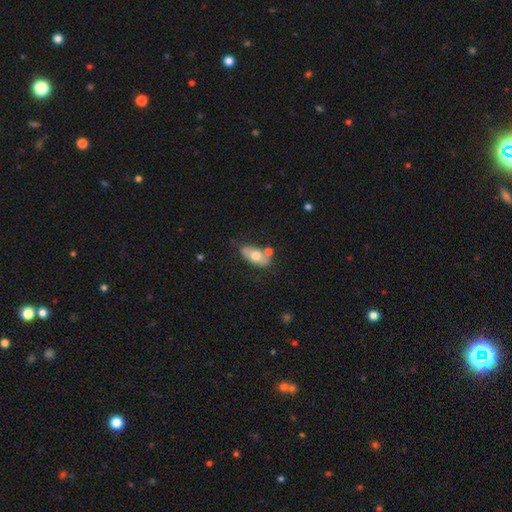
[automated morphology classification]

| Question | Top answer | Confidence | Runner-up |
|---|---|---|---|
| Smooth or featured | smooth | 58% | featured or disk (36%) |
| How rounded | in between | 87% | cigar-shaped (8%) |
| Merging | none | 65% | minor disturbance (17%) |